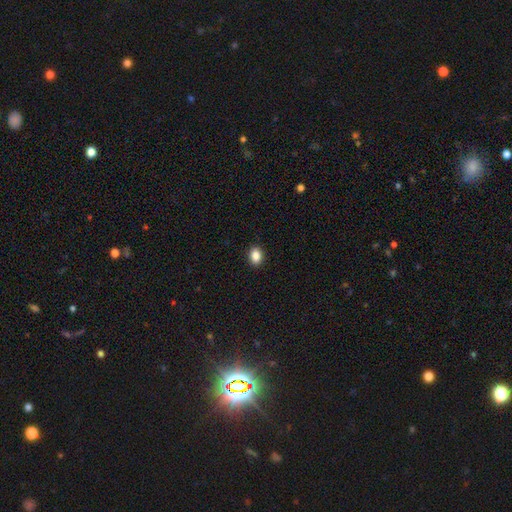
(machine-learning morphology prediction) type=smooth (87%); roundness=in between (58%); merging=none (91%).